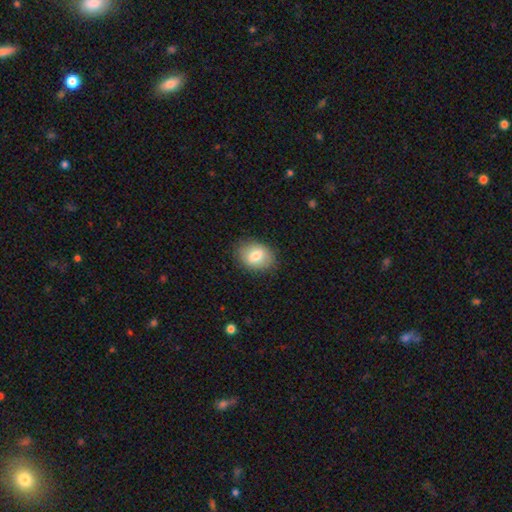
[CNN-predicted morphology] Smooth or featured: smooth — 77% (featured or disk — 14%)
How rounded: in between — 67% (round — 32%)
Merging: none — 84% (minor disturbance — 12%)